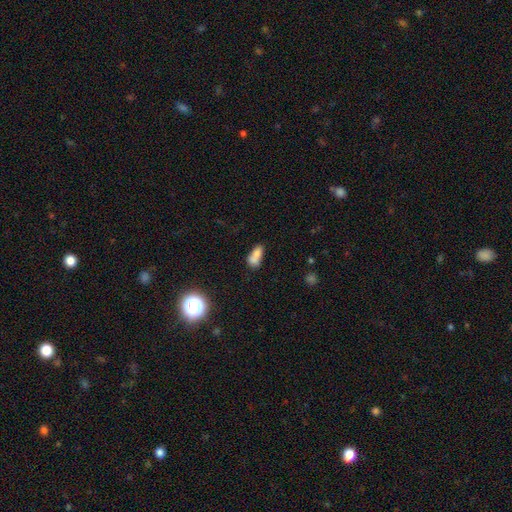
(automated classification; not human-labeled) A smooth galaxy with no disk features (70%) that is in between round and cigar-shaped (75%). Merging: merger (58%).